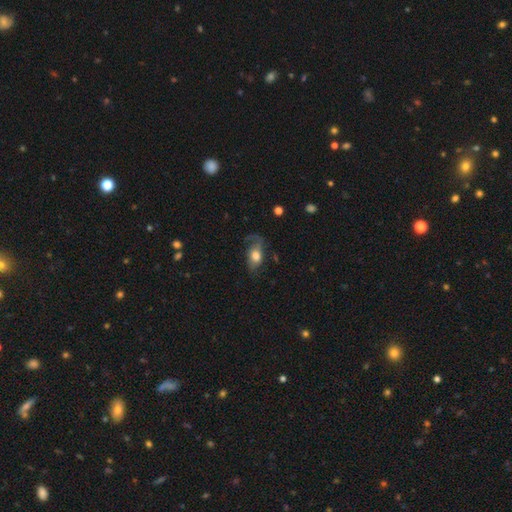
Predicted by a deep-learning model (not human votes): Overall: featured or disk (48%; smooth 44%). Merging: none (45%; major disturbance 30%).